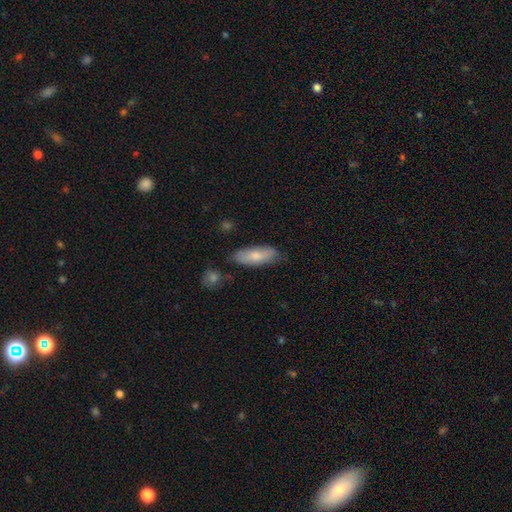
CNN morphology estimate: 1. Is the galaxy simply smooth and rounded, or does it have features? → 74% smooth, 20% featured or disk, 6% star or artifact.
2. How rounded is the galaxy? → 66% in between, 32% cigar-shaped, 2% round.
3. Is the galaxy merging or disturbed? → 73% none, 19% minor disturbance, 4% major disturbance, 4% merger.